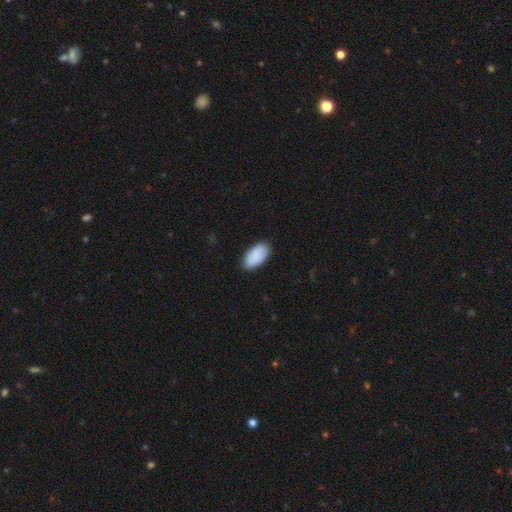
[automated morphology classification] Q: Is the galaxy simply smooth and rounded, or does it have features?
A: smooth — 91%.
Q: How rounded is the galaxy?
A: in between — 95%.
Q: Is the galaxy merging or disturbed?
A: none — 86%.